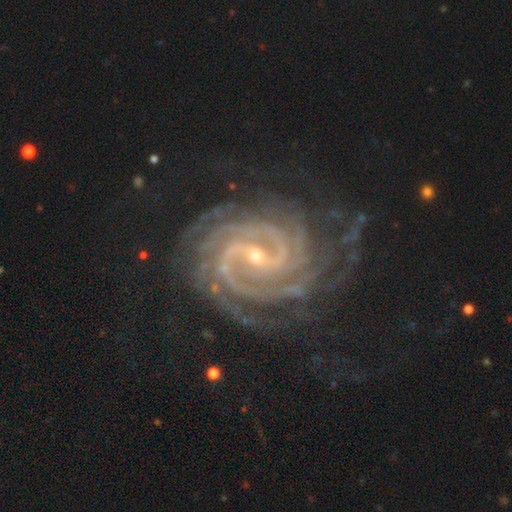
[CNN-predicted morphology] smooth-or-featured: featured or disk: 92% | star or artifact: 6% | smooth: 2%
  disk-edge-on: no: 98% | yes: 2%
    bar: weak: 42% | strong: 37% | no: 20%
    has-spiral-arms: yes: 99% | no: 1%
      spiral-winding: tight: 77% | medium: 20% | loose: 3%
      spiral-arm-count: 2: 22% | 4: 19% | more than 4: 18% | 3: 16% | can't tell: 15% | 1: 10%
    bulge-size: small: 71% | moderate: 26% | none: 1% | large: 1% | dominant: 1%
  merging: none: 75% | minor disturbance: 15% | major disturbance: 8% | merger: 1%